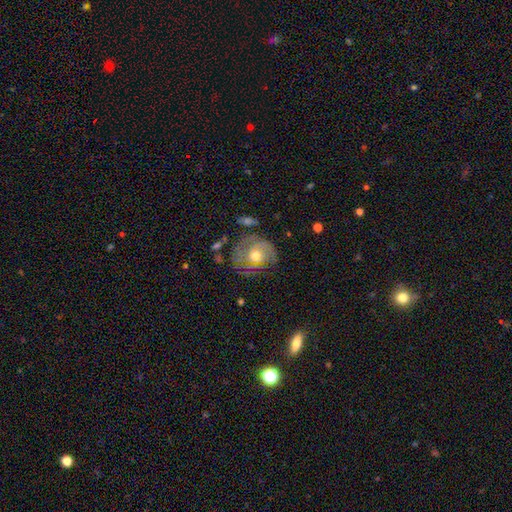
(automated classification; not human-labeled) featured or disk 77%, smooth 15%, star or artifact 8%. Down the decision tree: edge-on disk — no (97%); bar — no (77%); spiral arms — yes (88%); spiral arm count — 2 (34%); spiral winding — tight (65%); bulge size — moderate (70%); merging — none (67%).